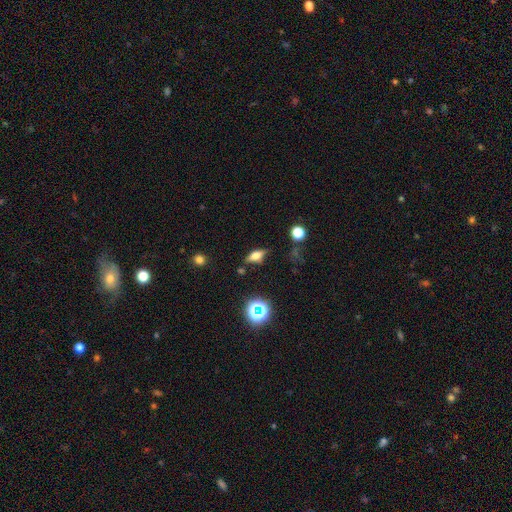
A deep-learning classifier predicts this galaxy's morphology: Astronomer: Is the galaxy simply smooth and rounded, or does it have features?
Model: smooth — 52% (runner-up: featured or disk, 34%).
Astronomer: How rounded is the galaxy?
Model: in between — 67%.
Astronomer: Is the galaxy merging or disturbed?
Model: none — 75%.